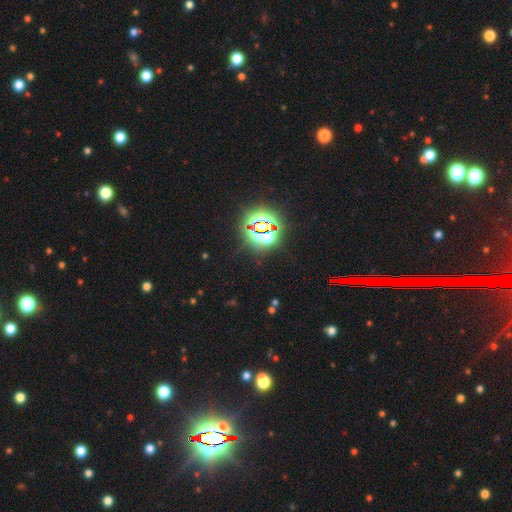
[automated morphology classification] A star or artifact, not a galaxy (82%).

Vote fractions:
- Smooth or featured? star or artifact: 82% / smooth: 11% / featured or disk: 7%